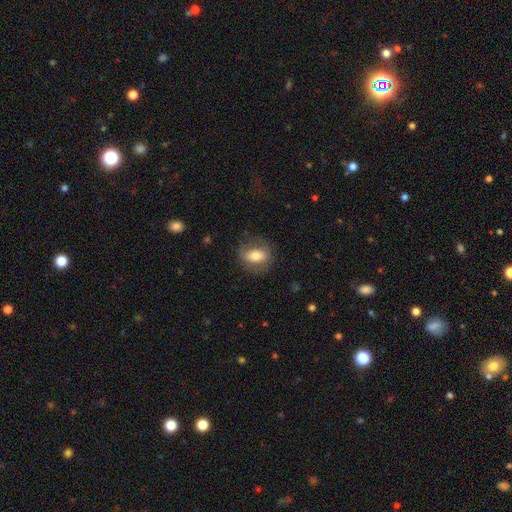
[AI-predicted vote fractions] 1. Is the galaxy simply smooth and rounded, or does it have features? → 66% smooth, 26% featured or disk, 7% star or artifact.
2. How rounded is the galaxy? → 74% in between, 23% round, 3% cigar-shaped.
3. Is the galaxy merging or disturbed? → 74% none, 16% minor disturbance, 9% major disturbance, 1% merger.